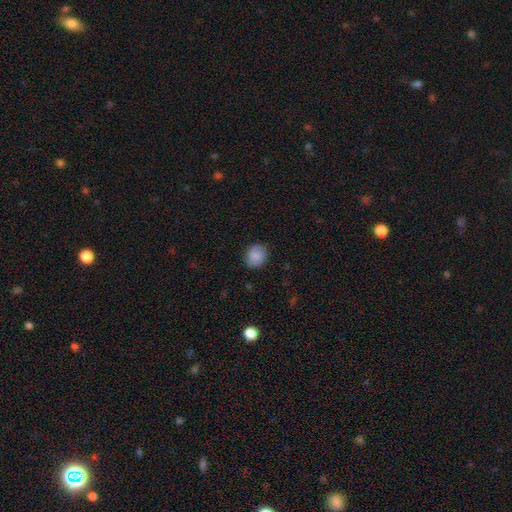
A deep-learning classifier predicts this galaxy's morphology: This is clearly a smooth galaxy (83%). How rounded: likely round (73%). Merging: clearly none (86%).